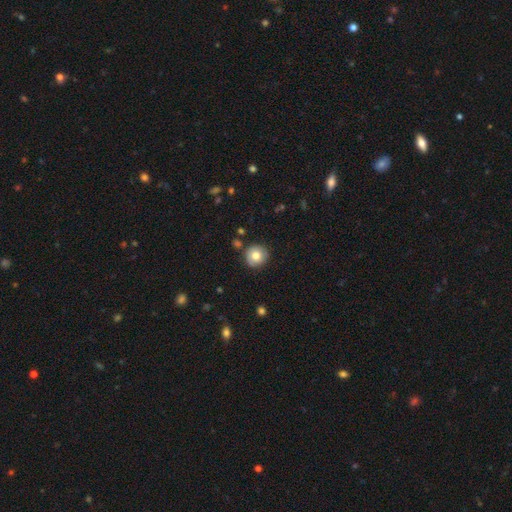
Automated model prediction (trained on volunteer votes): smooth_or_featured: smooth (p=0.78) [alt: featured or disk p=0.13]
how_rounded: round (p=0.92) [alt: in between p=0.07]
merging: none (p=0.85) [alt: minor disturbance p=0.10]